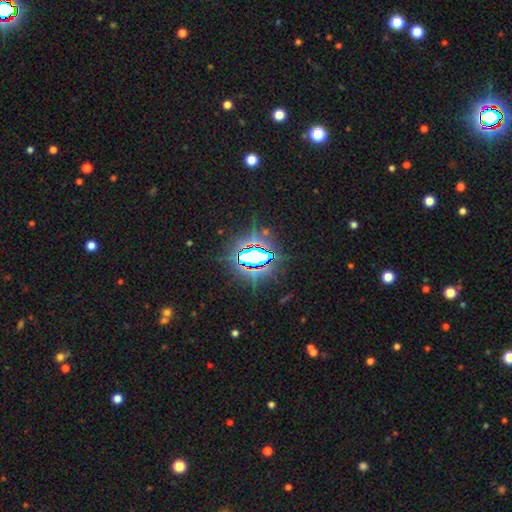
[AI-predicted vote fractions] Q: Smooth or featured?
A: star or artifact (77%); runner-up: smooth (13%)